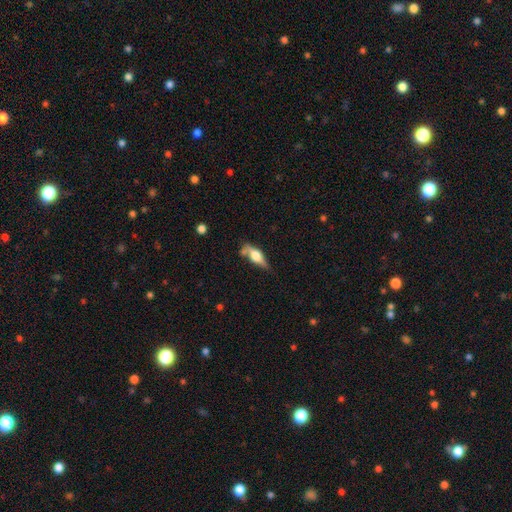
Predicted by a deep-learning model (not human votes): Overall: featured or disk (48%; smooth 45%). Merging: none (55%; minor disturbance 24%).